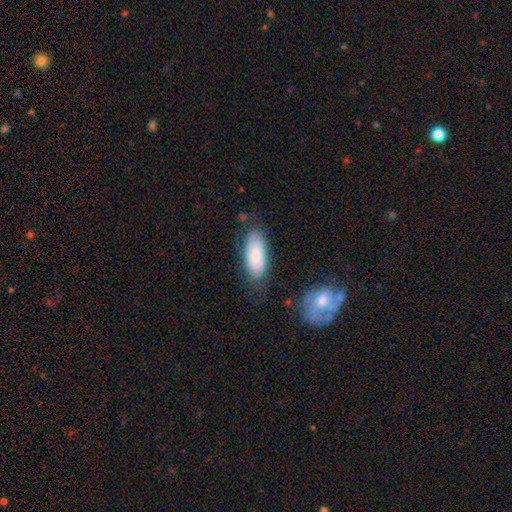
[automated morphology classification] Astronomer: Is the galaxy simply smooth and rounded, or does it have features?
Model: smooth — 72%.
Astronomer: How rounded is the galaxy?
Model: in between — 84%.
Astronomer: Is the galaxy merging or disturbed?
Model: none — 69%.